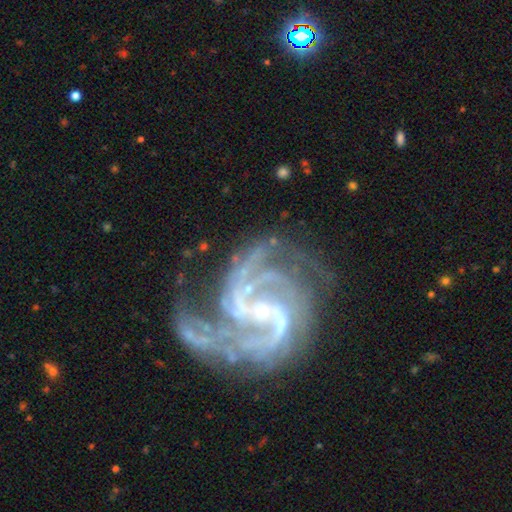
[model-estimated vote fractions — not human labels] Morphology: type=featured or disk (92%); edge-on=no (98%); bar=no (40%); spiral arms=yes (98%); winding=medium (54%); arm count=2 (42%); bulge=small (77%); merging=none (49%).